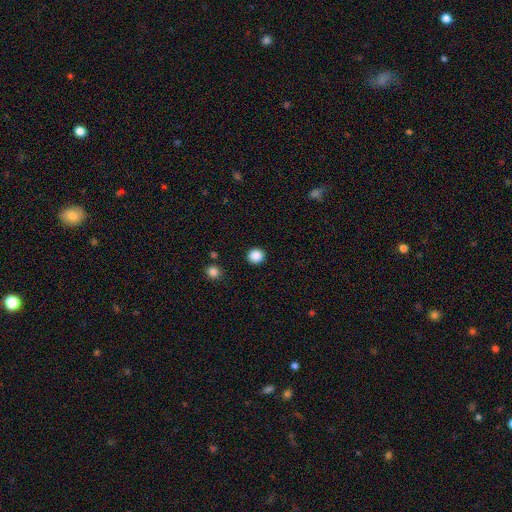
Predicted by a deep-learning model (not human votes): A smooth galaxy with no disk features (88%) that is round (92%).

Vote fractions:
- Smooth or featured? smooth: 88% / star or artifact: 10% / featured or disk: 2%
- How rounded? round: 92% / in between: 7% / cigar-shaped: 1%
- Merging? none: 92% / minor disturbance: 5% / major disturbance: 2% / merger: 1%